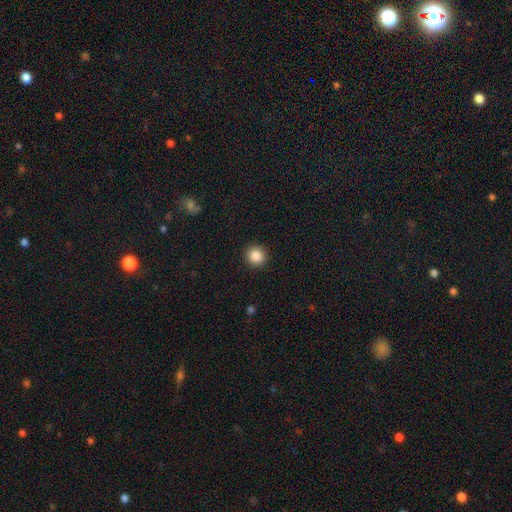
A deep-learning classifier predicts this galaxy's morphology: Q: Smooth or featured?
A: smooth (87%); runner-up: star or artifact (10%)
Q: How rounded?
A: round (93%); runner-up: in between (6%)
Q: Merging?
A: none (92%); runner-up: minor disturbance (5%)